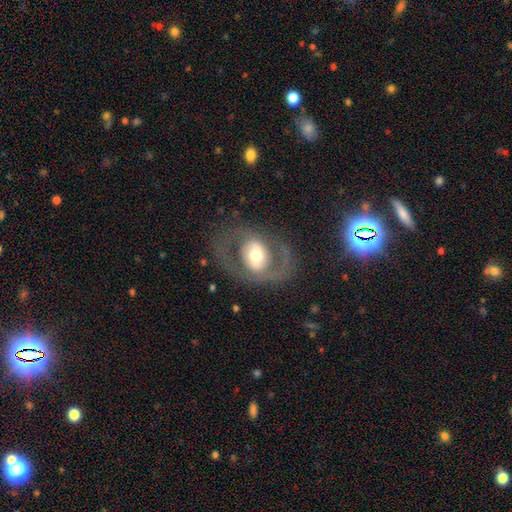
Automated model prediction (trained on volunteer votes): smooth-or-featured: featured or disk: 65% | smooth: 29% | star or artifact: 6%
  disk-edge-on: no: 93% | yes: 7%
    bar: no: 52% | weak: 28% | strong: 20%
    has-spiral-arms: no: 57% | yes: 43%
    bulge-size: moderate: 59% | large: 28% | small: 8% | dominant: 4% | none: 1%
  merging: none: 72% | major disturbance: 14% | minor disturbance: 12% | merger: 1%